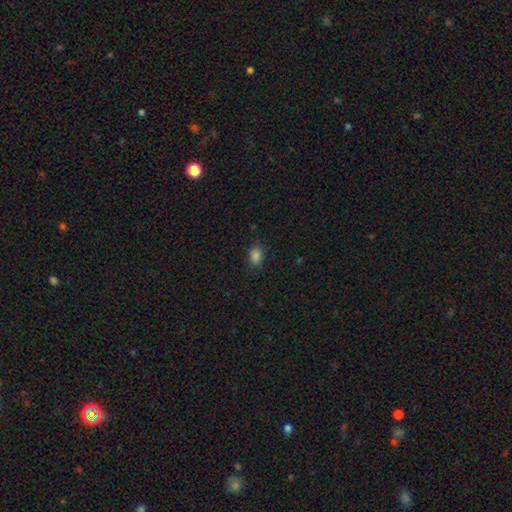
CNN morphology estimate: Overall: smooth (84%). How rounded: in between (65%; round 34%). Merging: none (81%).